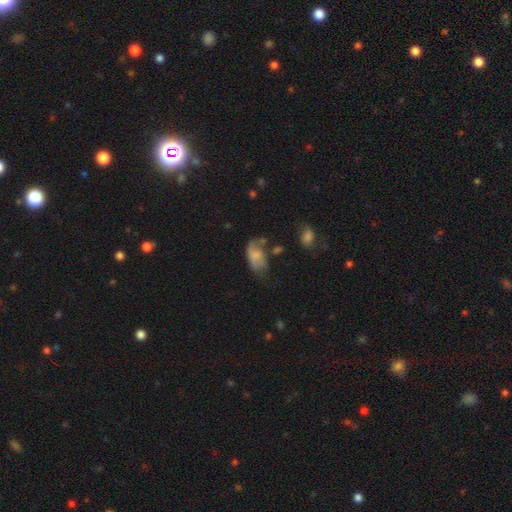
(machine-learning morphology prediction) smooth 60%, featured or disk 30%, star or artifact 9%. Down the decision tree: how rounded — in between (91%); merging — none (33%).